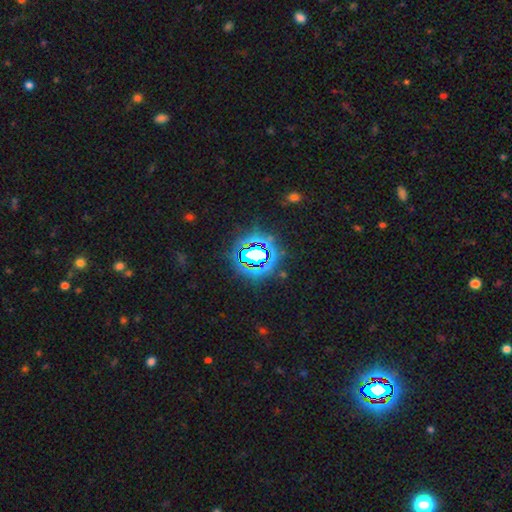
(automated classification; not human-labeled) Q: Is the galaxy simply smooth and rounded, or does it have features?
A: star or artifact — 75%.